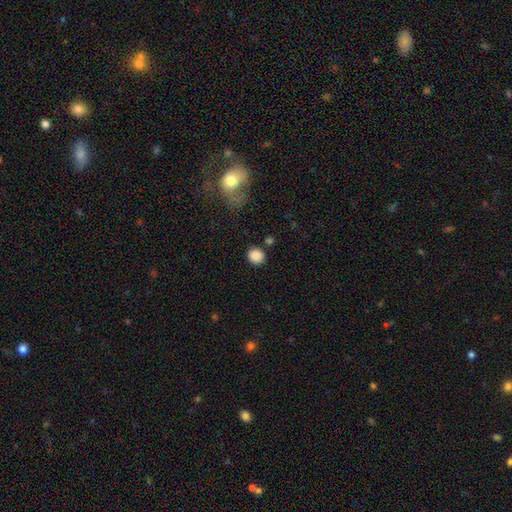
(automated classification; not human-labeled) A smooth galaxy with no disk features (87%) that is round (85%). Merging: none (84%).